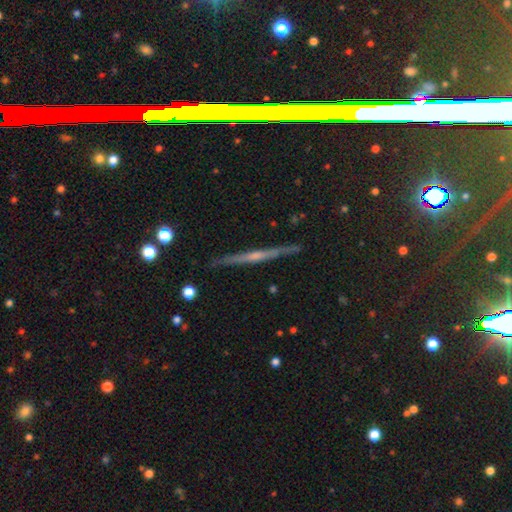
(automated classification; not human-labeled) A featured or disk galaxy (71%) viewed edge-on (98%) with no central bulge (47%). Merging: none (89%).